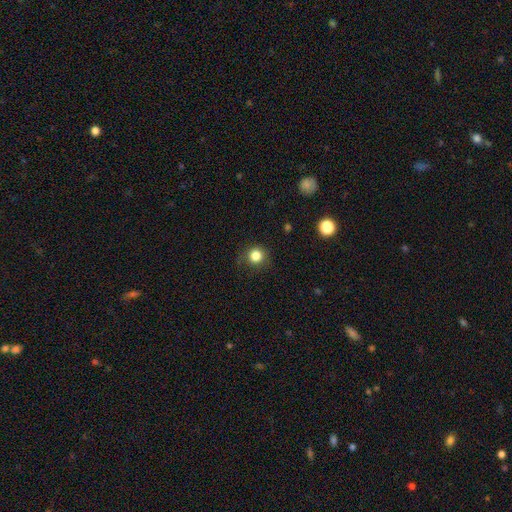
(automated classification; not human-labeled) smooth 83%, star or artifact 12%, featured or disk 5%. Down the decision tree: how rounded — round (92%); merging — none (83%).